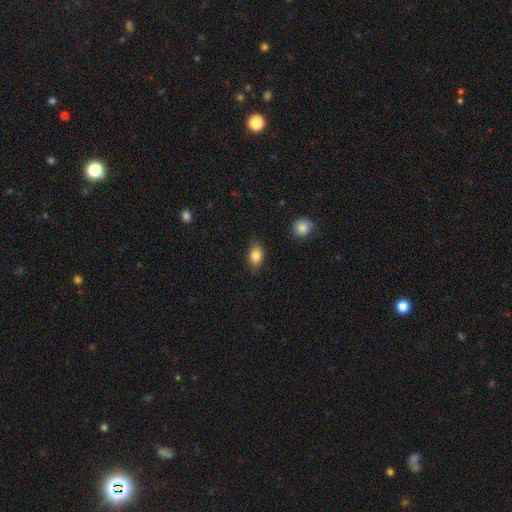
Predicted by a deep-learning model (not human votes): smooth 85%, star or artifact 8%, featured or disk 7%. Down the decision tree: how rounded — in between (79%); merging — none (83%).